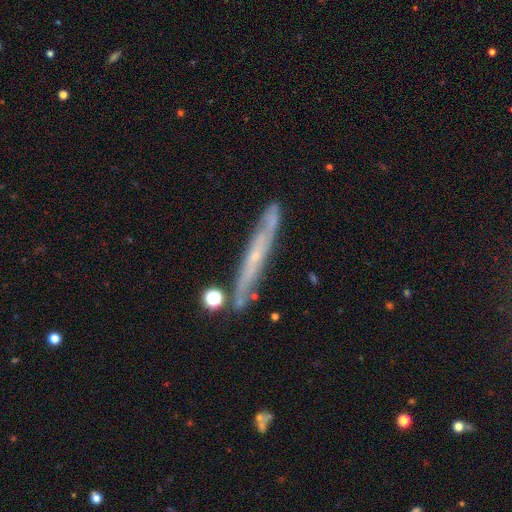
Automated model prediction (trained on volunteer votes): Overall: featured or disk (69%). Edge-on disk: yes (81%). Edge-on bulge: none (55%; rounded 41%). Merging: none (76%).